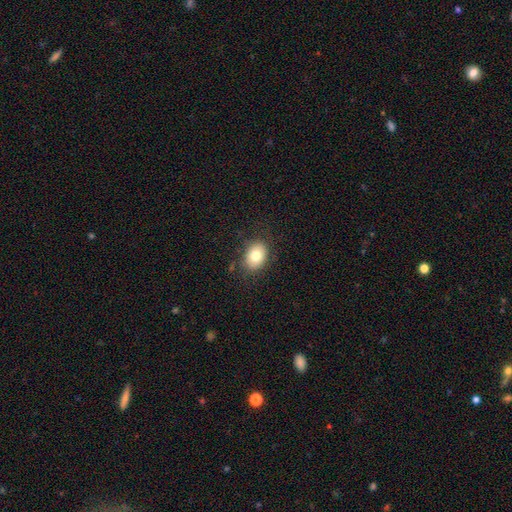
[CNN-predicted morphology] smooth-or-featured: smooth: 79% | featured or disk: 12% | star or artifact: 9%
  how-rounded: in between: 67% | round: 32% | cigar-shaped: 1%
  merging: none: 81% | minor disturbance: 13% | major disturbance: 4% | merger: 1%